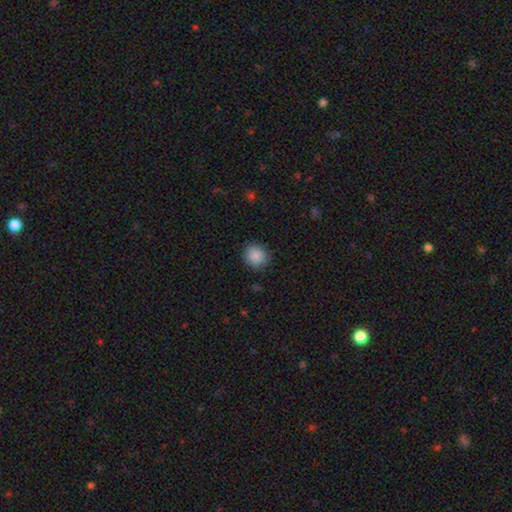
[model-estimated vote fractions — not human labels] smooth 87%, star or artifact 9%, featured or disk 4%. Down the decision tree: how rounded — round (87%); merging — none (88%).